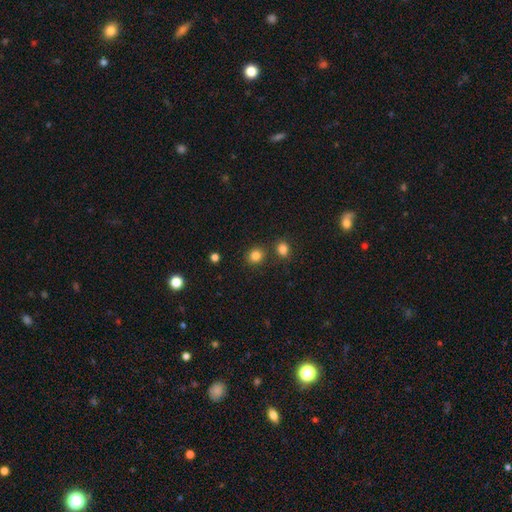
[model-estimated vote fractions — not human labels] Smooth or featured? smooth (83%)
How rounded? round (77%)
Merging? none (80%)